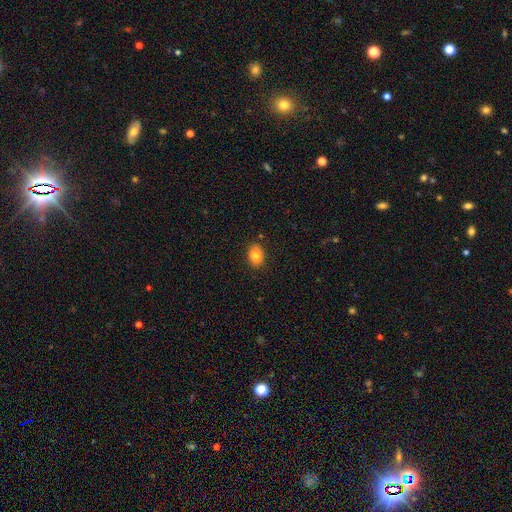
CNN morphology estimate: smooth-or-featured: smooth: 79% | featured or disk: 11% | star or artifact: 9%
  how-rounded: in between: 72% | round: 27% | cigar-shaped: 1%
  merging: none: 85% | minor disturbance: 12% | major disturbance: 2% | merger: 1%